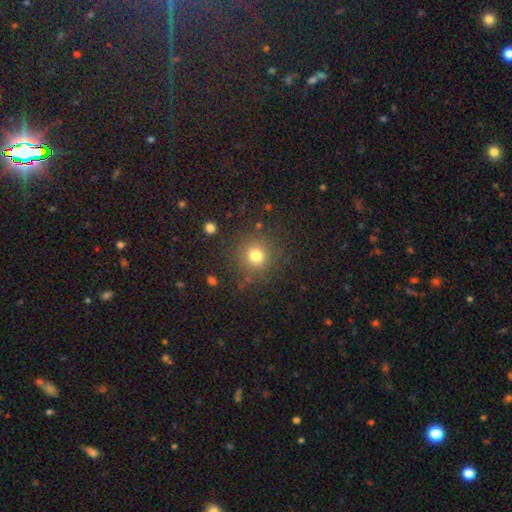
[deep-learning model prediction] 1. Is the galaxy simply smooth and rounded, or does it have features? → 76% smooth, 17% star or artifact, 7% featured or disk.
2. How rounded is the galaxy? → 93% round, 6% in between, 1% cigar-shaped.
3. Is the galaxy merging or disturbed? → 86% none, 8% minor disturbance, 4% major disturbance, 2% merger.